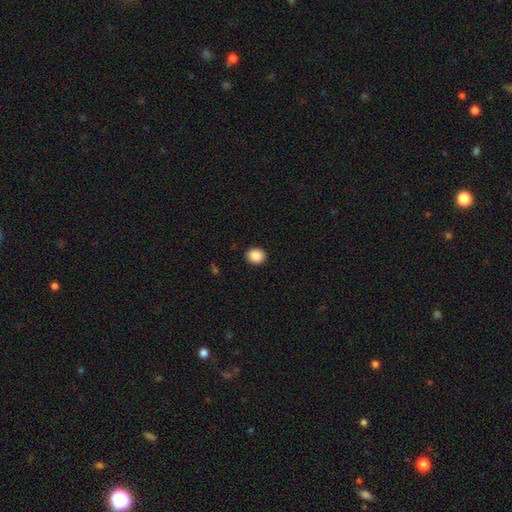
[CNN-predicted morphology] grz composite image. It shows a smooth galaxy with no disk features (89%) that is round (72%). Merging: none (91%).